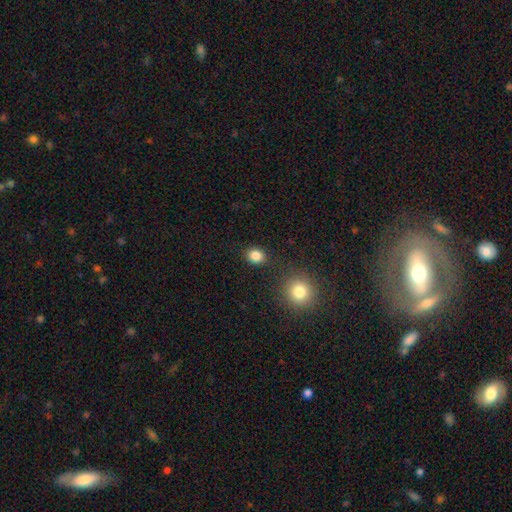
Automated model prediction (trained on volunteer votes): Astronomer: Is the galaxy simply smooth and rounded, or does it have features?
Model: smooth — 85%.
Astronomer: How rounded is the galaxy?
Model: round — 61% (runner-up: in between, 38%).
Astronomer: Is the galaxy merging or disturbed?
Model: none — 85%.